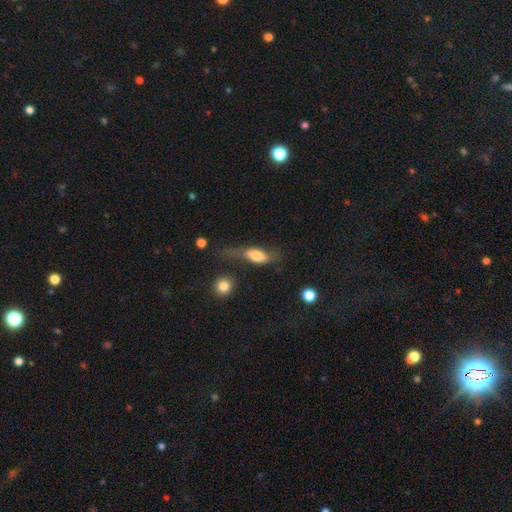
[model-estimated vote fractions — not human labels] Smooth or featured: smooth — 70% (featured or disk — 22%)
How rounded: in between — 74% (cigar-shaped — 21%)
Merging: none — 37% (major disturbance — 28%)